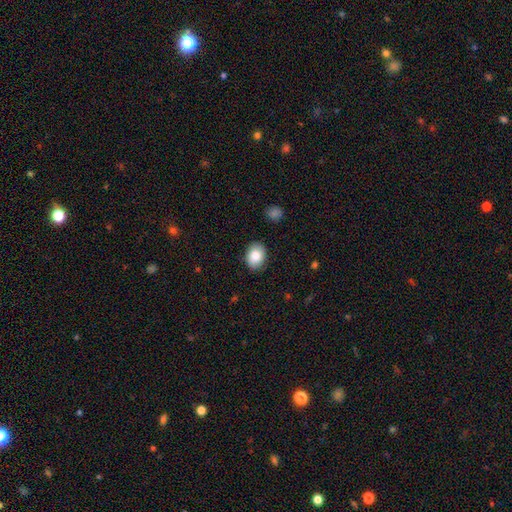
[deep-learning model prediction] Smooth or featured? smooth (86%)
How rounded? in between (69%)
Merging? none (87%)